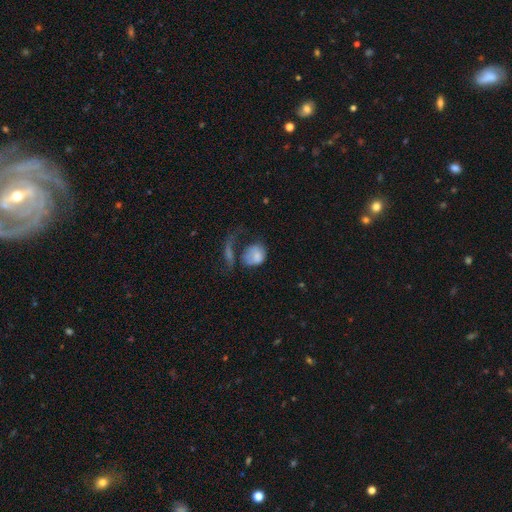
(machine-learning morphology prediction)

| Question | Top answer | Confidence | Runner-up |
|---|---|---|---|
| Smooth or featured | smooth | 69% | featured or disk (22%) |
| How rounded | round | 52% | in between (47%) |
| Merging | major disturbance | 41% | merger (23%) |